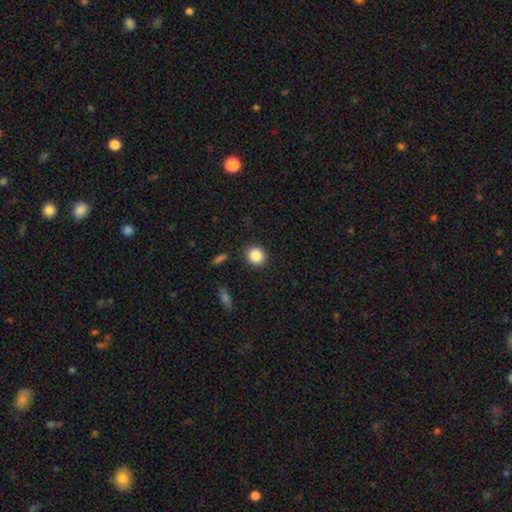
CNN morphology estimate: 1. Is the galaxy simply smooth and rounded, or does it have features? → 87% smooth, 9% star or artifact, 4% featured or disk.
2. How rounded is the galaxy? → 84% round, 14% in between, 1% cigar-shaped.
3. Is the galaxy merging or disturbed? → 89% none, 7% minor disturbance, 2% major disturbance, 2% merger.